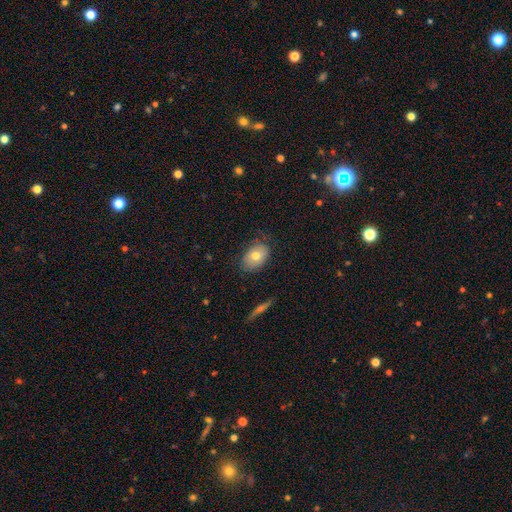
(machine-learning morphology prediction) This appears to be a smooth galaxy with no disk features (71%) that is in between round and cigar-shaped (80%). Merging: none (74%).